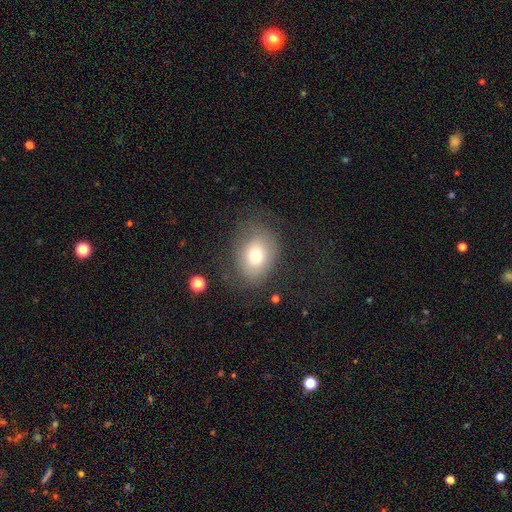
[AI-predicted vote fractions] smooth-or-featured: smooth: 72% | featured or disk: 16% | star or artifact: 13%
  how-rounded: in between: 56% | round: 43% | cigar-shaped: 1%
  merging: none: 68% | minor disturbance: 19% | major disturbance: 12% | merger: 2%